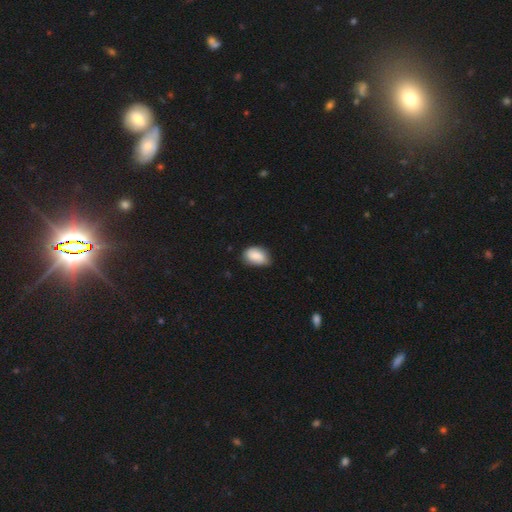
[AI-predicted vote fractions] smooth_or_featured: smooth (p=0.84) [alt: featured or disk p=0.09]
how_rounded: in between (p=0.86) [alt: round p=0.12]
merging: none (p=0.60) [alt: minor disturbance p=0.34]